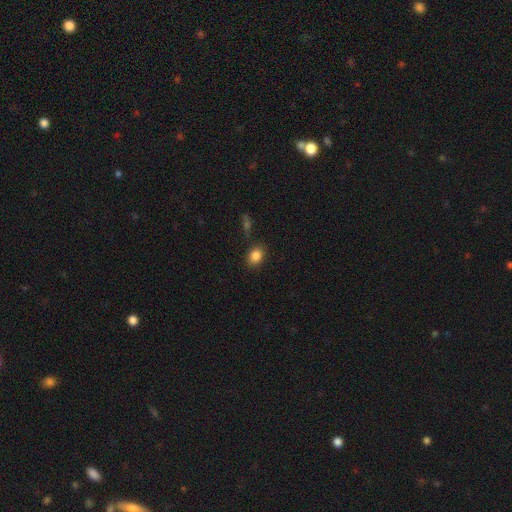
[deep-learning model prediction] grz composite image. It shows a smooth galaxy with no disk features (85%) that is in between round and cigar-shaped (56%). Merging: none (82%).